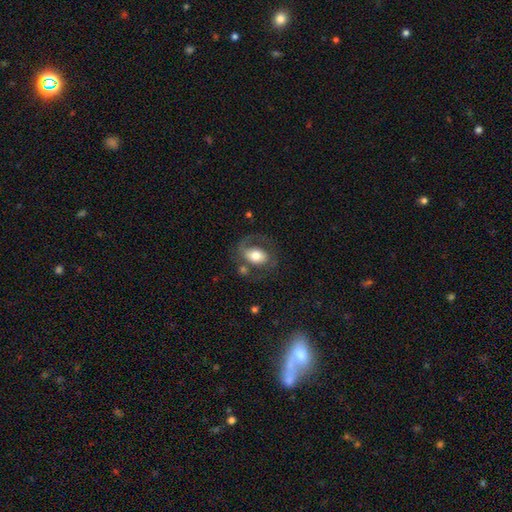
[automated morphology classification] Smooth or featured: featured or disk — 53% (smooth — 40%)
Edge-on disk: no — 95% (yes — 5%)
Merging: none — 53% (major disturbance — 21%)